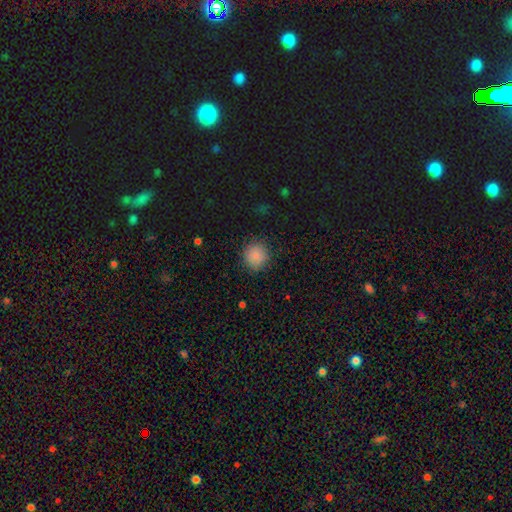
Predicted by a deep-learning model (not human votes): Smooth or featured?
  - smooth: 86% *
  - star or artifact: 10%
  - featured or disk: 4%
How rounded?
  - round: 93% *
  - in between: 6%
  - cigar-shaped: 1%
Merging?
  - none: 88% *
  - minor disturbance: 8%
  - major disturbance: 3%
  - merger: 1%